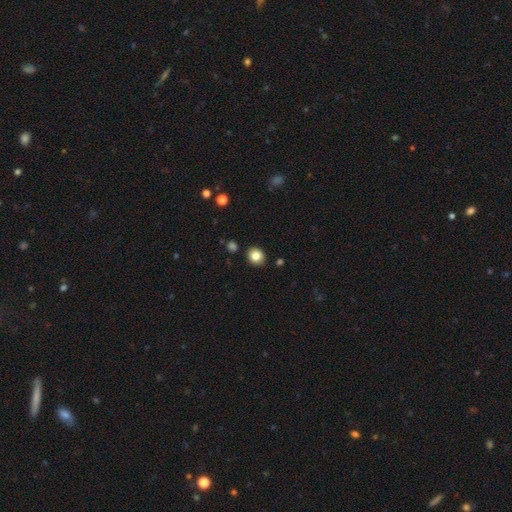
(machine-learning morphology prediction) This is clearly a smooth galaxy (83%). How rounded: likely round (76%). Merging: clearly none (90%).